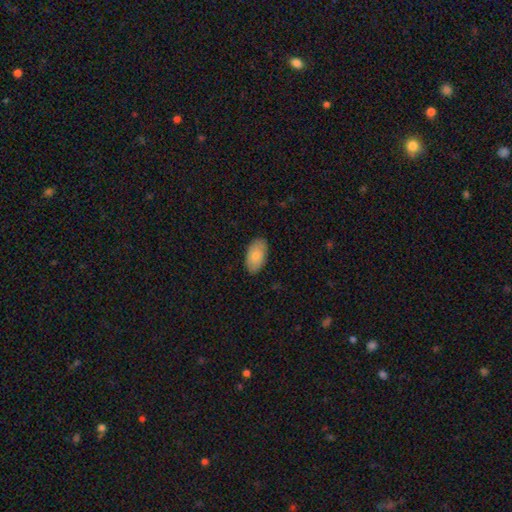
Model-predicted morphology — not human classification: This is likely a smooth galaxy (80%). How rounded: clearly in between (95%). Merging: clearly none (86%).